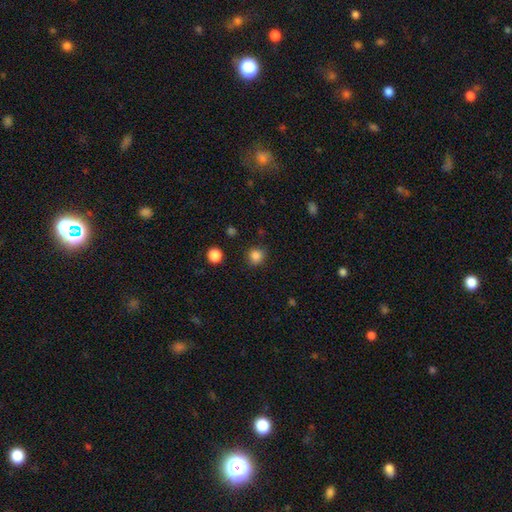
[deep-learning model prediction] A smooth galaxy with no disk features (84%) that is round (90%).

Vote fractions:
- Smooth or featured? smooth: 84% / star or artifact: 12% / featured or disk: 3%
- How rounded? round: 90% / in between: 9% / cigar-shaped: 1%
- Merging? none: 88% / minor disturbance: 8% / major disturbance: 3% / merger: 2%